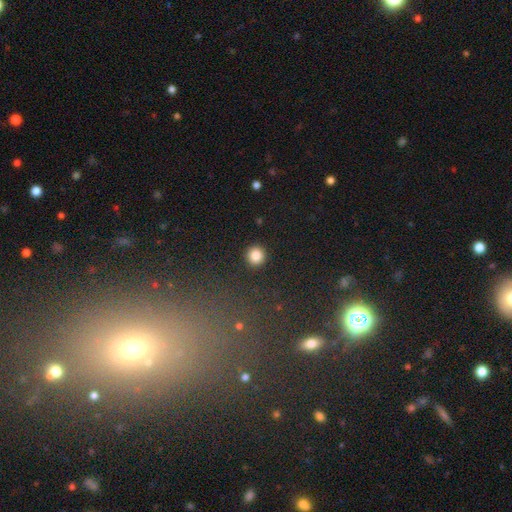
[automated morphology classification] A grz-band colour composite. It shows a smooth galaxy with no disk features (86%) that is round (96%). Merging: none (93%).